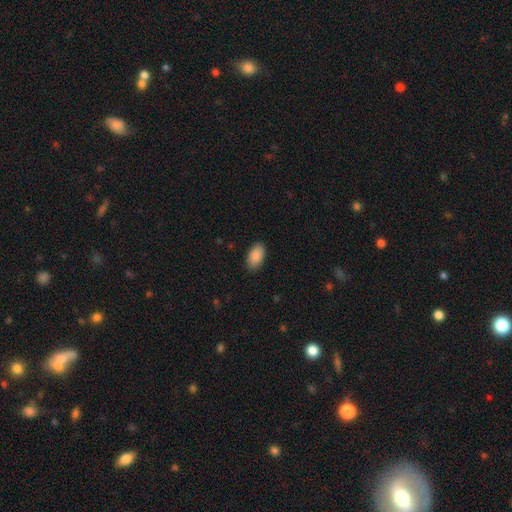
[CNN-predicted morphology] This appears to be a smooth galaxy with no disk features (90%) that is in between round and cigar-shaped (95%). Merging: none (88%).